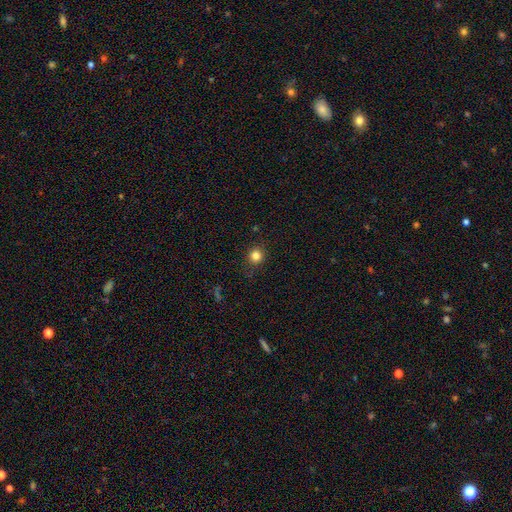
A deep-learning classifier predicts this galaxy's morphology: Overall: smooth (82%). How rounded: round (90%). Merging: none (86%).